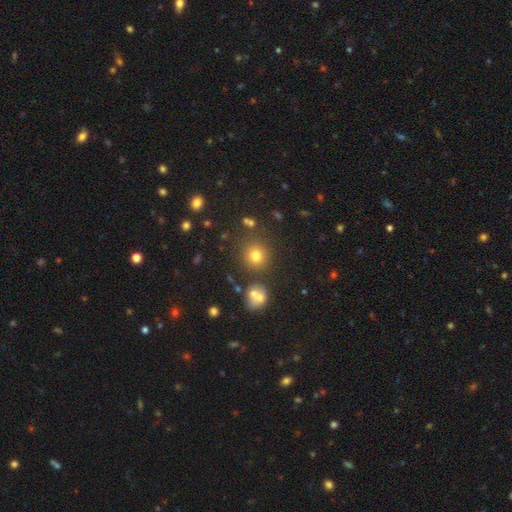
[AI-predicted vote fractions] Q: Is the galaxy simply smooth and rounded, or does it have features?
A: smooth — 75%.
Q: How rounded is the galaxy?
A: round — 87%.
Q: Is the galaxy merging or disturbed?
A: none — 78%.